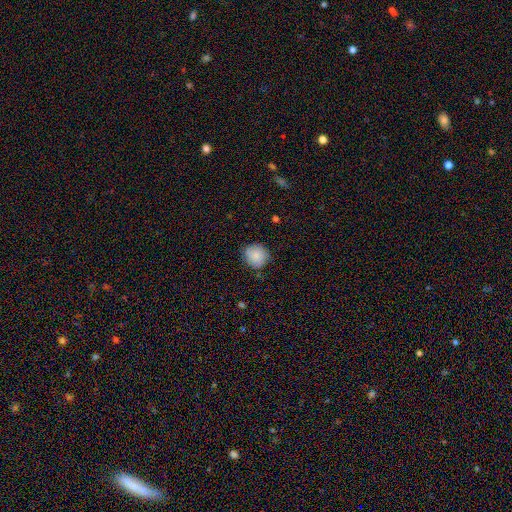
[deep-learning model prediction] smooth-or-featured: smooth: 85% | star or artifact: 7% | featured or disk: 7%
  how-rounded: round: 87% | in between: 13% | cigar-shaped: 1%
  merging: none: 79% | minor disturbance: 17% | major disturbance: 3% | merger: 1%